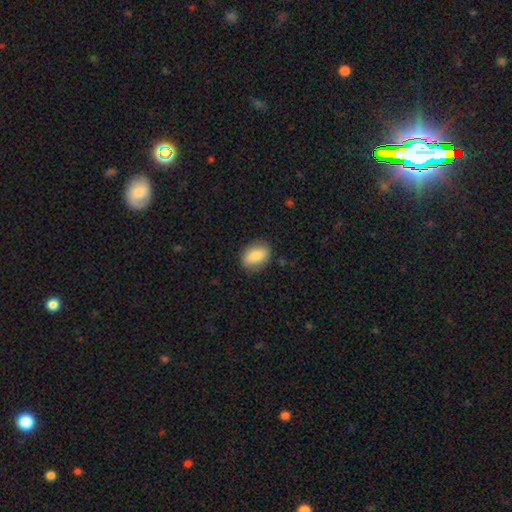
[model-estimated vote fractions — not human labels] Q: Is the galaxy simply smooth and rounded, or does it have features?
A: smooth — 81%.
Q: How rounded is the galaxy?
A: in between — 73%.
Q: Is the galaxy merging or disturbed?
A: none — 84%.